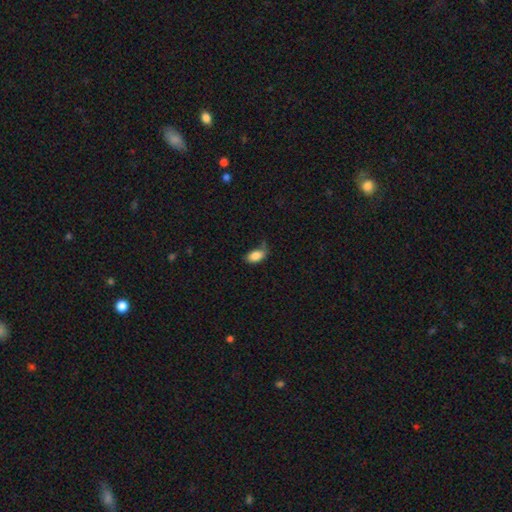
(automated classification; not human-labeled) Morphology: type=smooth (85%); roundness=in between (91%); merging=none (54%).